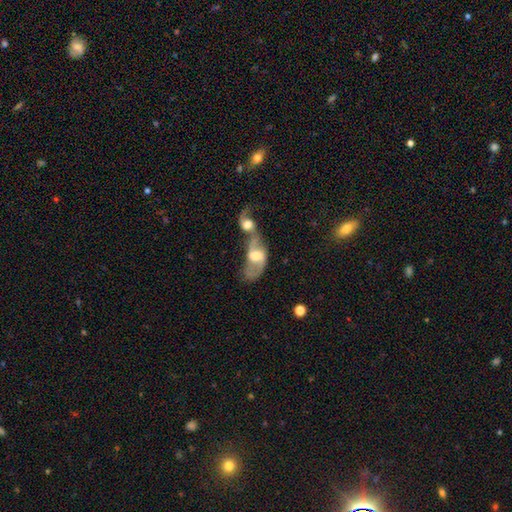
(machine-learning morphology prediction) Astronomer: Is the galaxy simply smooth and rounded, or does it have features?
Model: featured or disk — 69%.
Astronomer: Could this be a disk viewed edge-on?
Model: no — 93%.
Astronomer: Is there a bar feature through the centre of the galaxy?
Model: weak — 48% (runner-up: no, 34%).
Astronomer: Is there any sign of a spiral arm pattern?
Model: yes — 81%.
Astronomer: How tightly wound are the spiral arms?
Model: loose — 55% (runner-up: medium, 35%).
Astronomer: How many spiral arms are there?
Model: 2 — 79%.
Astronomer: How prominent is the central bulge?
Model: moderate — 58%.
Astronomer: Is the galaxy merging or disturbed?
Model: merger — 69%.